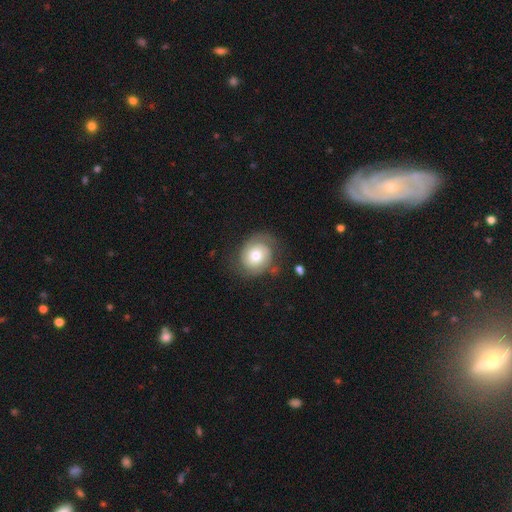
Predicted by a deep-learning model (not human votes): Smooth or featured? Predicted: featured or disk (p=0.66). Edge-on disk? Predicted: no (p=0.97). Bar? Predicted: no (p=0.79). Spiral arms? Predicted: yes (p=0.88). Spiral winding? Predicted: tight (p=0.62). Spiral arm count? Predicted: 2 (p=0.67). Bulge size? Predicted: moderate (p=0.66). Merging? Predicted: none (p=0.70).